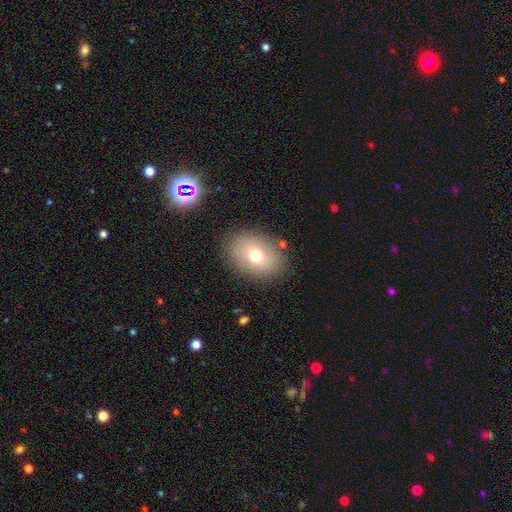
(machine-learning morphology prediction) type=smooth (72%); roundness=in between (75%); merging=none (84%).